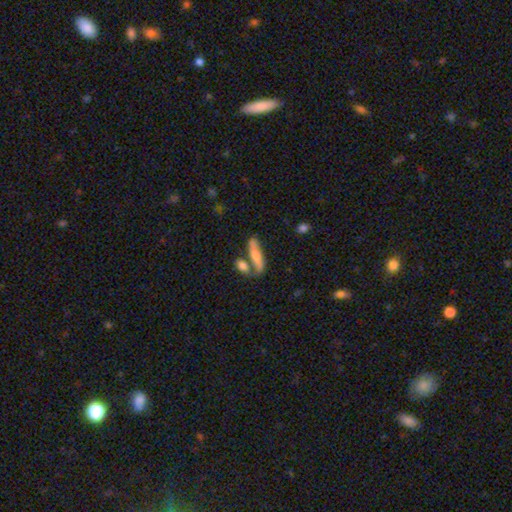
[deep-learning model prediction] smooth 59%, featured or disk 34%, star or artifact 7%. Down the decision tree: how rounded — cigar-shaped (62%); merging — none (46%).